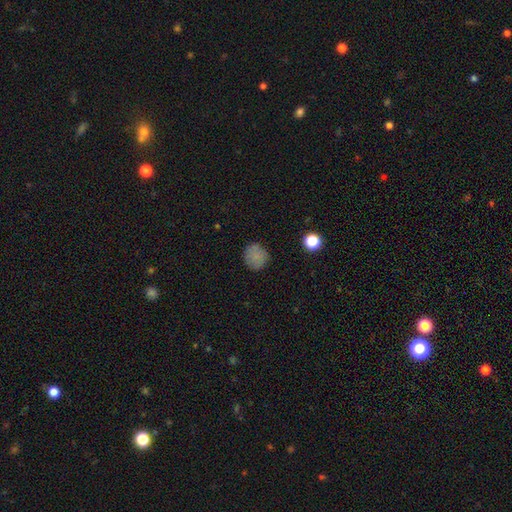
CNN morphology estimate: smooth 79%, star or artifact 12%, featured or disk 8%. Down the decision tree: how rounded — round (86%); merging — none (78%).